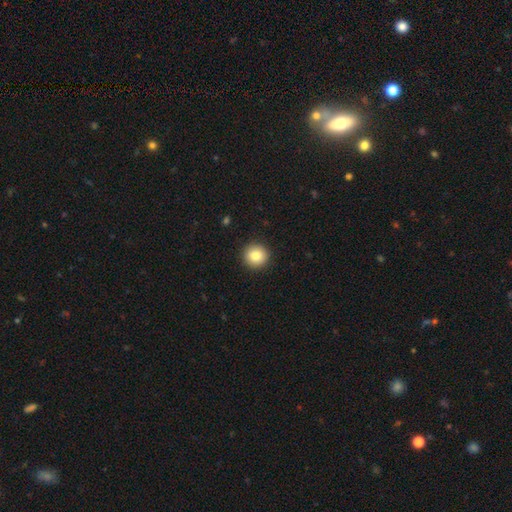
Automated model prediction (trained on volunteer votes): A smooth galaxy with no disk features (84%) that is round (94%).

Vote fractions:
- Smooth or featured? smooth: 84% / star or artifact: 9% / featured or disk: 7%
- How rounded? round: 94% / in between: 5% / cigar-shaped: 1%
- Merging? none: 92% / minor disturbance: 5% / major disturbance: 2% / merger: 1%